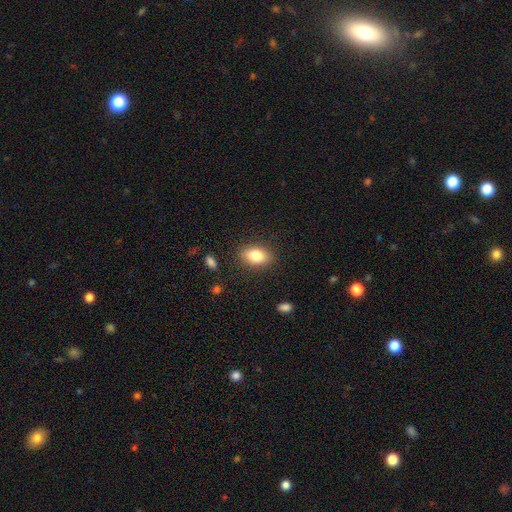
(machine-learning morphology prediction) Overall: smooth (80%). How rounded: in between (83%). Merging: none (86%).